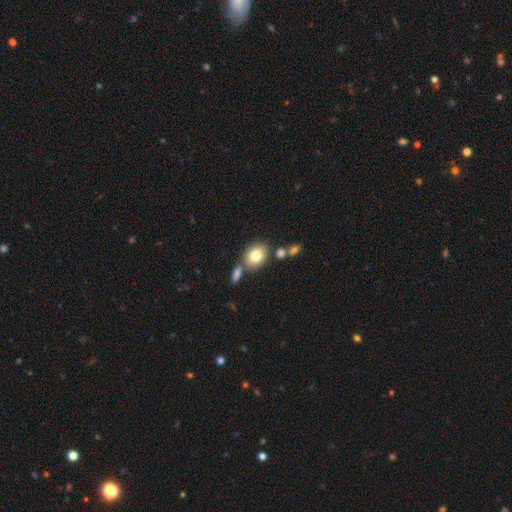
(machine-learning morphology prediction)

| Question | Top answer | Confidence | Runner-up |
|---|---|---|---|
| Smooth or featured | smooth | 80% | featured or disk (12%) |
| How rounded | in between | 63% | round (36%) |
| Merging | none | 64% | merger (21%) |